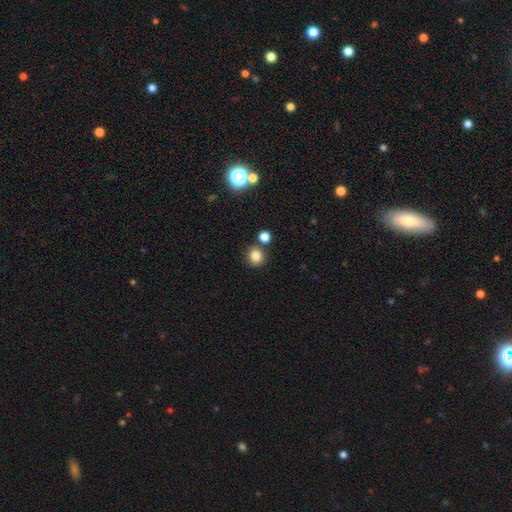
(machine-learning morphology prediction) Q: Smooth or featured?
A: smooth (82%); runner-up: star or artifact (13%)
Q: How rounded?
A: round (85%); runner-up: in between (14%)
Q: Merging?
A: none (77%); runner-up: merger (11%)